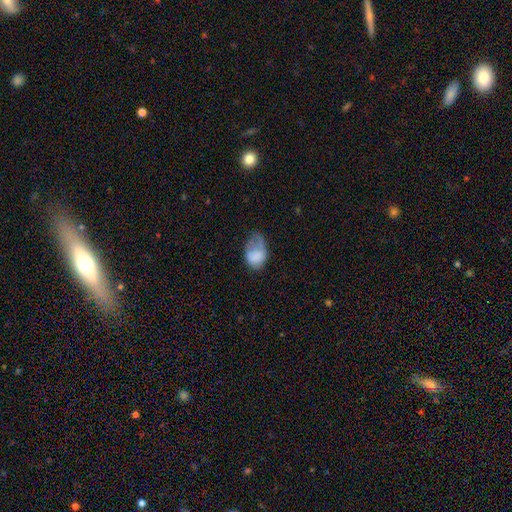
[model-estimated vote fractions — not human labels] Smooth or featured? Predicted: smooth (p=0.74). How rounded? Predicted: in between (p=0.80). Merging? Predicted: major disturbance (p=0.41).